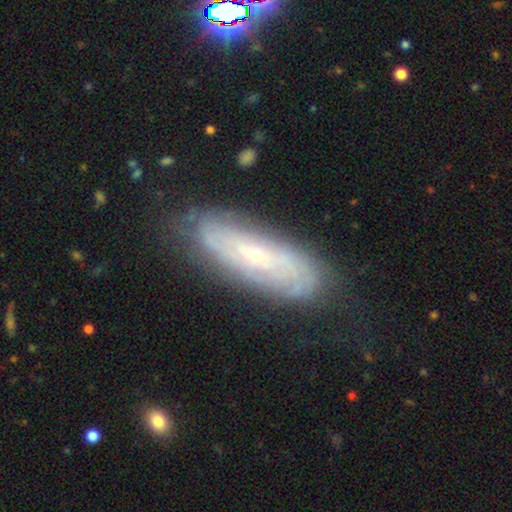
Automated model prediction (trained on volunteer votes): This is likely a featured or disk galaxy (71%). It is likely not viewed edge-on (80%). Bar: likely no (70%). Spiral arm pattern: likely yes (76%). Central bulge: likely small (76%). Merging: likely none (77%).